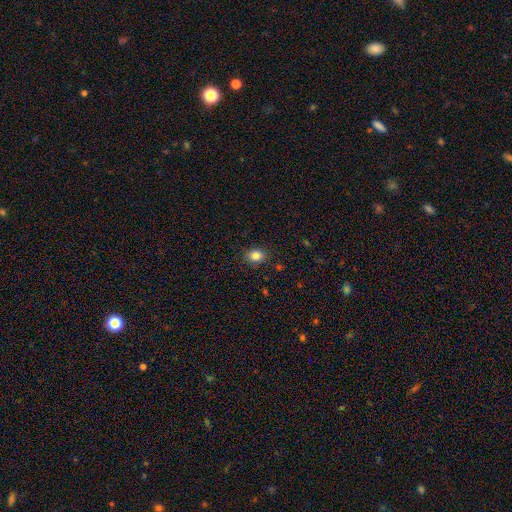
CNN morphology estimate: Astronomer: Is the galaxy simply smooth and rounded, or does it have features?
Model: smooth — 84%.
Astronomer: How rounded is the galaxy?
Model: in between — 54% (runner-up: round, 45%).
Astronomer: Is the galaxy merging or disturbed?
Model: none — 87%.